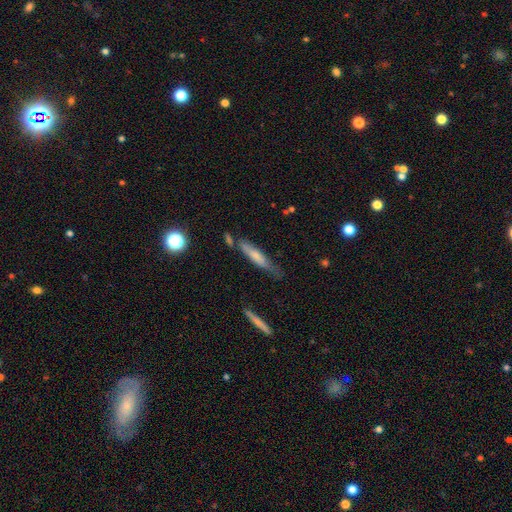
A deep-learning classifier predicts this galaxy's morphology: This is possibly a smooth galaxy (58%). How rounded: clearly cigar-shaped (87%). Merging: possibly none (57%).